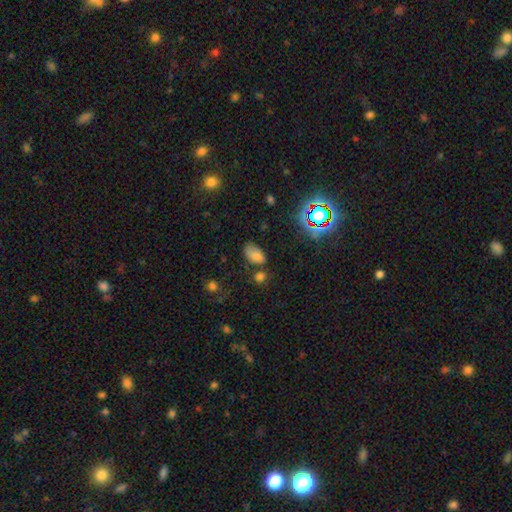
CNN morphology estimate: Q: Smooth or featured?
A: smooth (75%); runner-up: star or artifact (18%)
Q: How rounded?
A: in between (91%); runner-up: round (7%)
Q: Merging?
A: none (58%); runner-up: minor disturbance (24%)